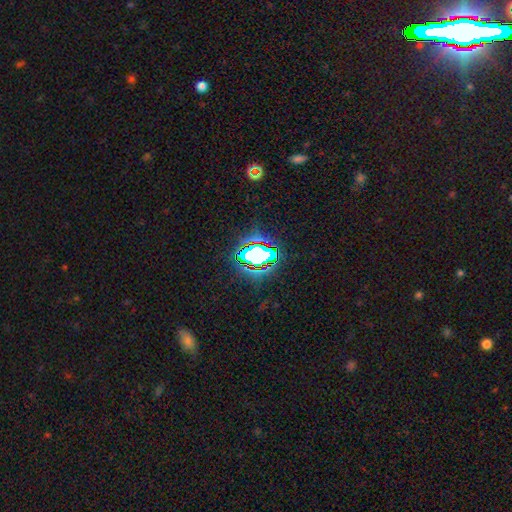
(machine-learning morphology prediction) star or artifact 62%, smooth 24%, featured or disk 15%.